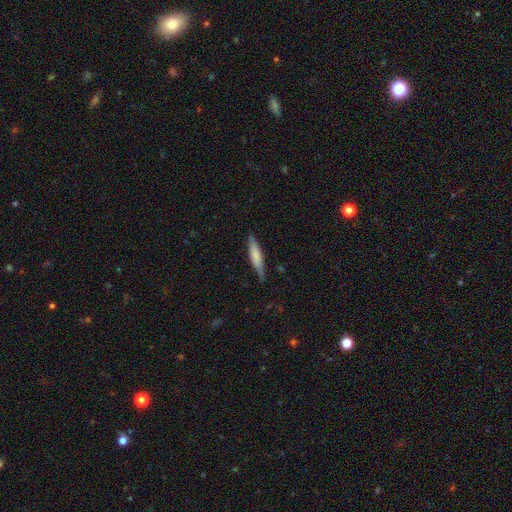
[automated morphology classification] smooth_or_featured: smooth (p=0.68) [alt: featured or disk p=0.27]
how_rounded: cigar-shaped (p=0.81) [alt: in between p=0.18]
merging: none (p=0.76) [alt: minor disturbance p=0.19]